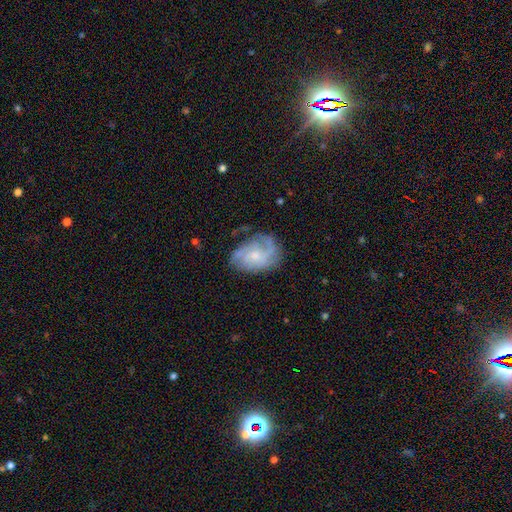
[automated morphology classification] A featured or disk galaxy (71%) with no bar (70%), medium (41%) spiral arms (86%) and a small central bulge (54%). Merging: none (61%).